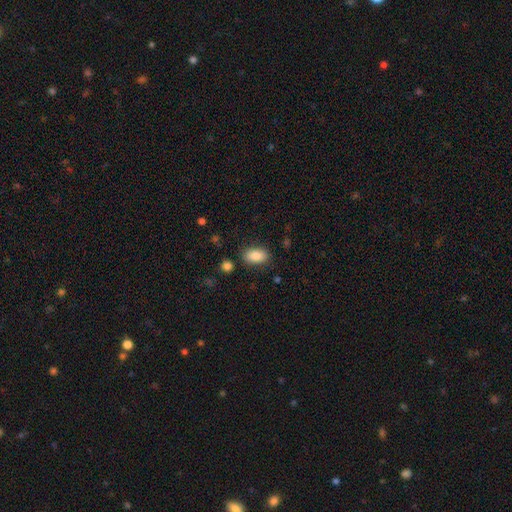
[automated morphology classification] smooth_or_featured: smooth (p=0.85) [alt: featured or disk p=0.07]
how_rounded: in between (p=0.91) [alt: round p=0.06]
merging: none (p=0.84) [alt: minor disturbance p=0.10]